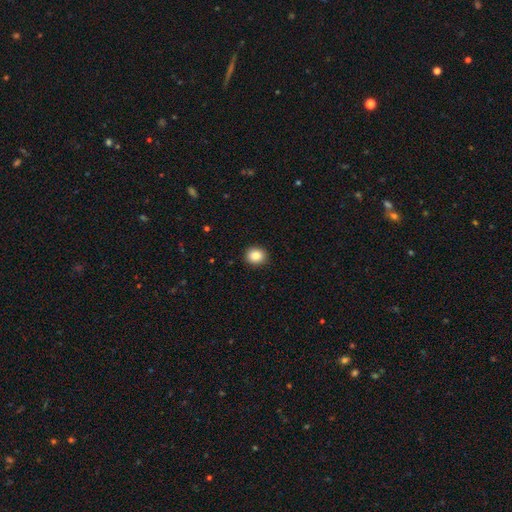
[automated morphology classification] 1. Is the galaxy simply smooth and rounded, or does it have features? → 87% smooth, 9% star or artifact, 4% featured or disk.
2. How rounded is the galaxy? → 70% round, 29% in between, 1% cigar-shaped.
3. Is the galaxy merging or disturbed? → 91% none, 6% minor disturbance, 2% major disturbance, 1% merger.